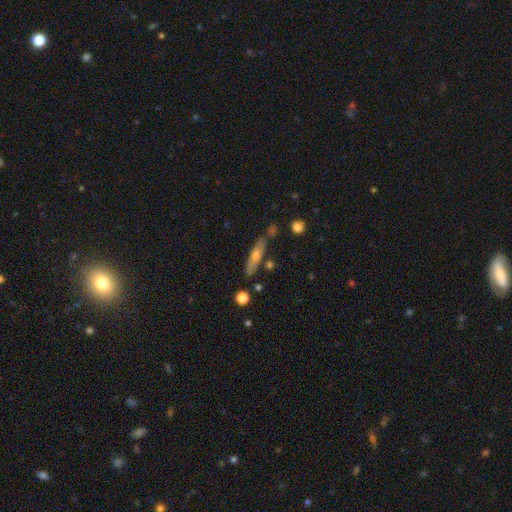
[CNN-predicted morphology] This is possibly a smooth galaxy (49%). Merging: likely none (77%).